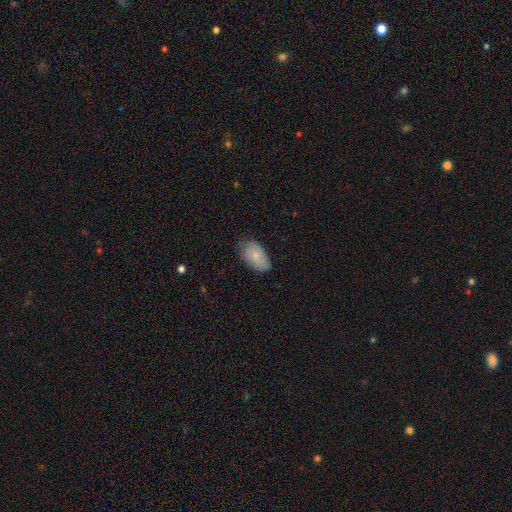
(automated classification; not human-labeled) Morphology: type=smooth (76%); roundness=in between (94%); merging=none (72%).